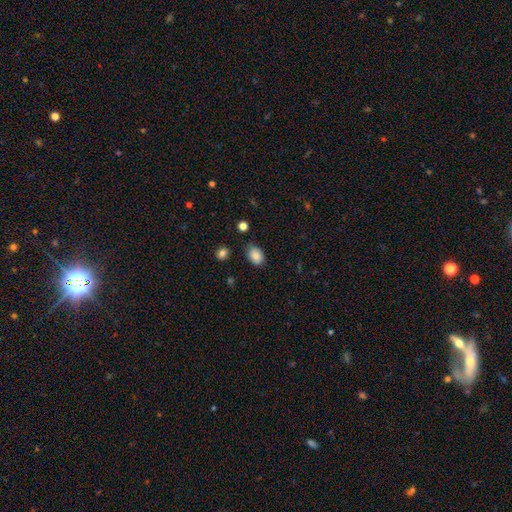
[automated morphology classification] Q: Smooth or featured?
A: smooth (84%); runner-up: star or artifact (9%)
Q: How rounded?
A: in between (79%); runner-up: round (20%)
Q: Merging?
A: none (76%); runner-up: minor disturbance (18%)